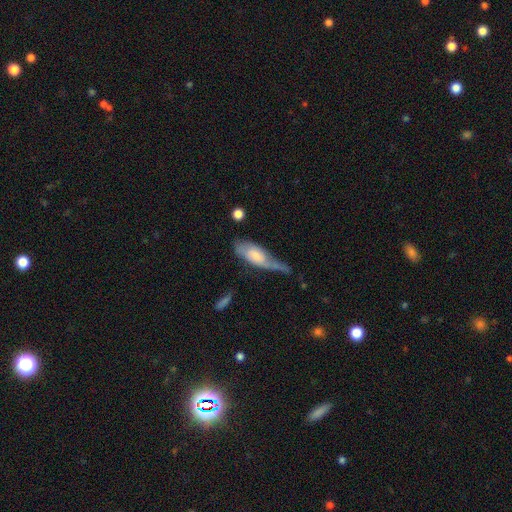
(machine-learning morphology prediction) A smooth galaxy with no disk features (52%) that is in between round and cigar-shaped (71%). Merging: minor disturbance (35%).